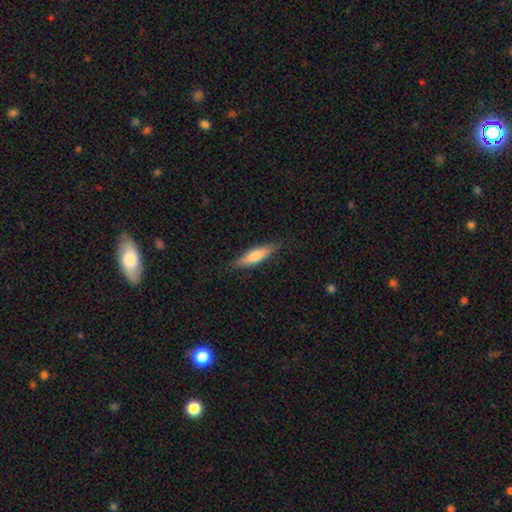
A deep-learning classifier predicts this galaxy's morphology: smooth-or-featured: smooth: 66% | featured or disk: 29% | star or artifact: 6%
  how-rounded: cigar-shaped: 71% | in between: 27% | round: 2%
  merging: none: 85% | minor disturbance: 11% | major disturbance: 2% | merger: 1%